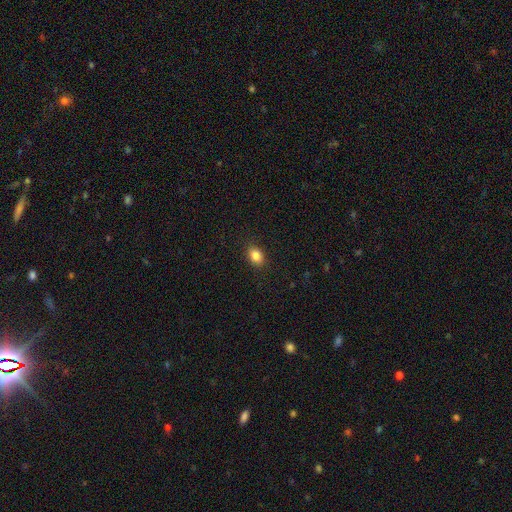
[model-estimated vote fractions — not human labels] Smooth or featured? smooth (86%)
How rounded? in between (65%)
Merging? none (89%)